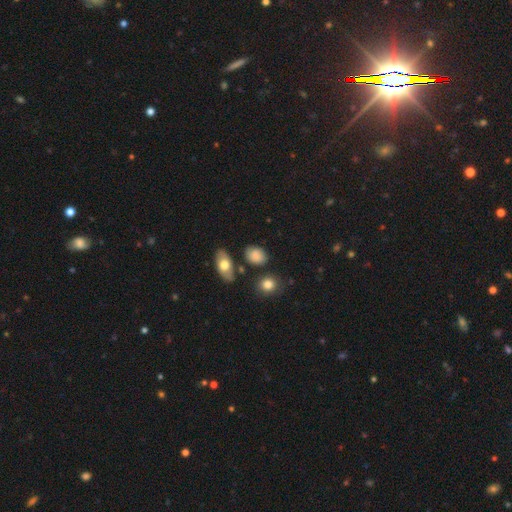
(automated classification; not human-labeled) Overall: smooth (82%). How rounded: in between (68%; round 30%). Merging: none (75%).